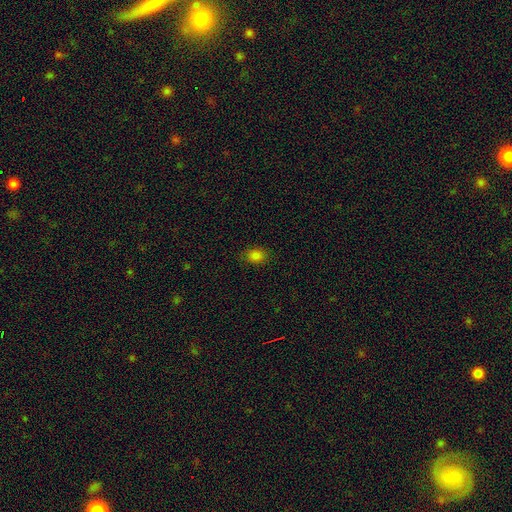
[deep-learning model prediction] Smooth or featured? Predicted: smooth (p=0.82). How rounded? Predicted: in between (p=0.63). Merging? Predicted: none (p=0.84).